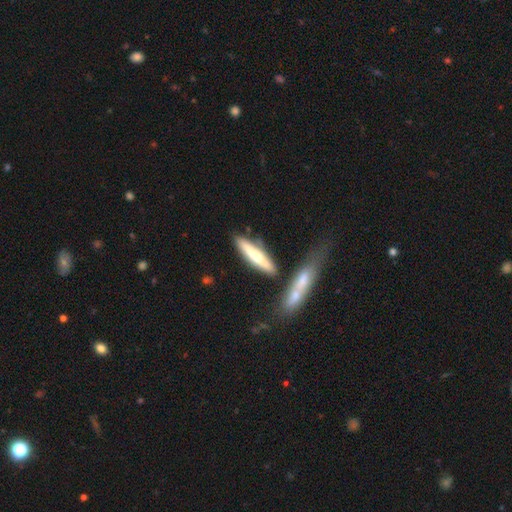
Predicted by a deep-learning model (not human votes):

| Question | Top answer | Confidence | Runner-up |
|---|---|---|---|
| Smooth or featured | smooth | 58% | featured or disk (36%) |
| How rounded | cigar-shaped | 84% | in between (14%) |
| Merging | none | 69% | minor disturbance (14%) |